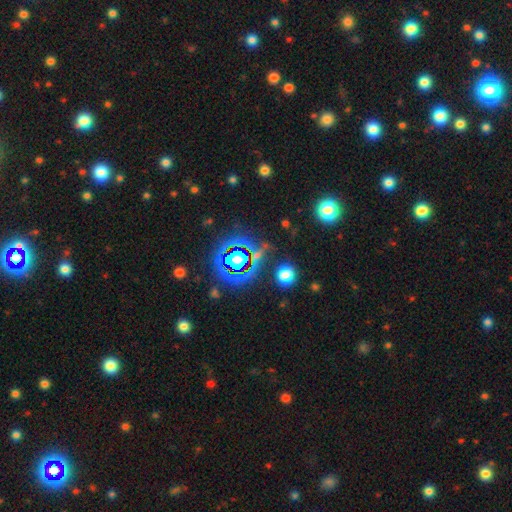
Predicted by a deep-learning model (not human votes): Smooth or featured? star or artifact (70%)